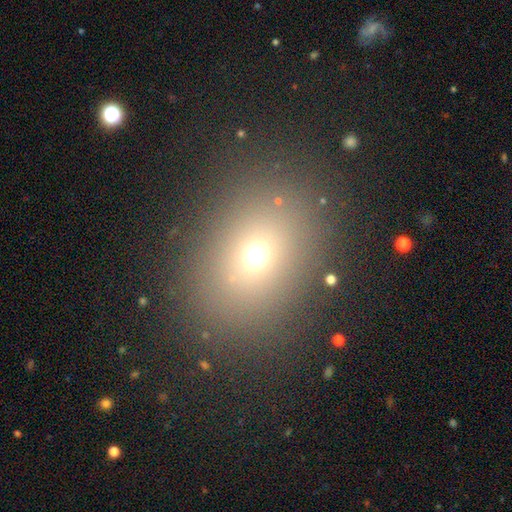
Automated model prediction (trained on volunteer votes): This appears to be a smooth galaxy with no disk features (66%) that is round (50%). Merging: none (85%).